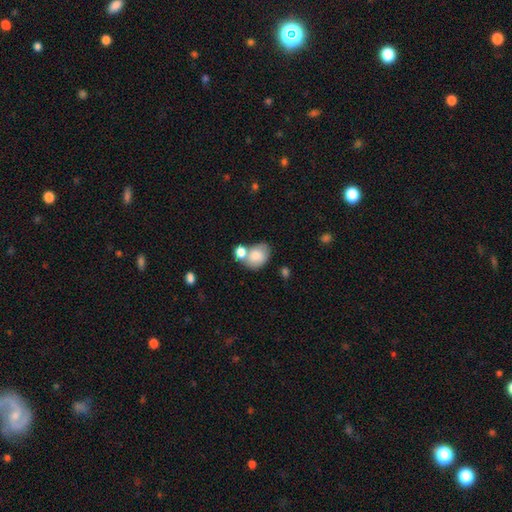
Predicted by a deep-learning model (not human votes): The model was most divided on "merging" (2-way tie): none: 39%, merger: 39%, minor disturbance: 15%, major disturbance: 6%. More confident: smooth or featured — smooth (79%); how rounded — in between (61%).